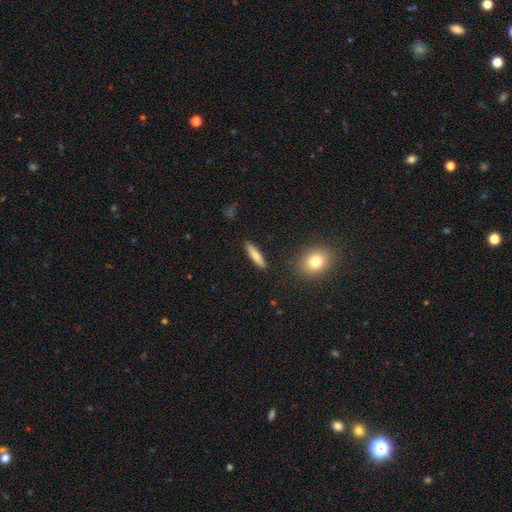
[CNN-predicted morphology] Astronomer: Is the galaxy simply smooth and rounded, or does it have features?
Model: smooth — 75%.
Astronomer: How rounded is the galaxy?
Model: cigar-shaped — 80%.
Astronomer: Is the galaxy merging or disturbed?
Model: none — 90%.